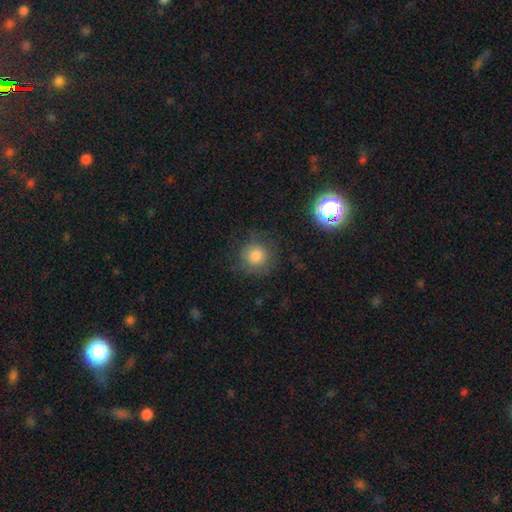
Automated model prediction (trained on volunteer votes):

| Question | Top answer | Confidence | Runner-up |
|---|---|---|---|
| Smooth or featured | smooth | 75% | featured or disk (13%) |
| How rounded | round | 93% | in between (6%) |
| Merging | none | 76% | minor disturbance (14%) |